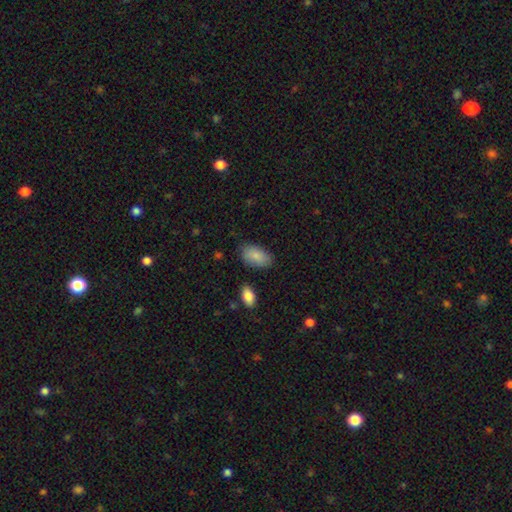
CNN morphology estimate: smooth-or-featured: smooth: 87% | featured or disk: 7% | star or artifact: 6%
  how-rounded: in between: 93% | round: 5% | cigar-shaped: 2%
  merging: none: 78% | minor disturbance: 16% | major disturbance: 4% | merger: 2%